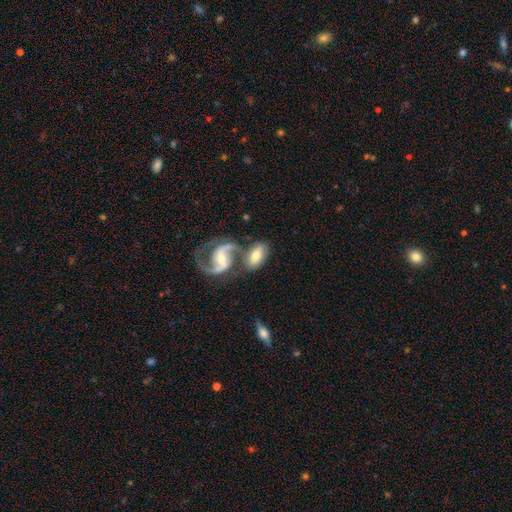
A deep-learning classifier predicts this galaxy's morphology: The model was most divided on "merging": none: 42%, merger: 39%, minor disturbance: 13%, major disturbance: 7%. More confident: edge-on disk — no (93%); smooth or featured — featured or disk (53%).